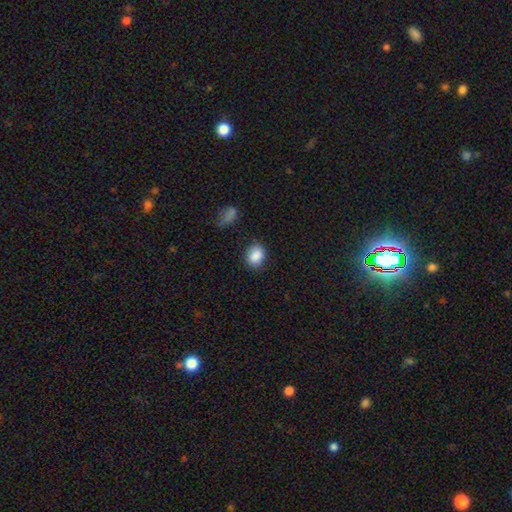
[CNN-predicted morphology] type=smooth (88%); roundness=in between (59%); merging=none (80%).